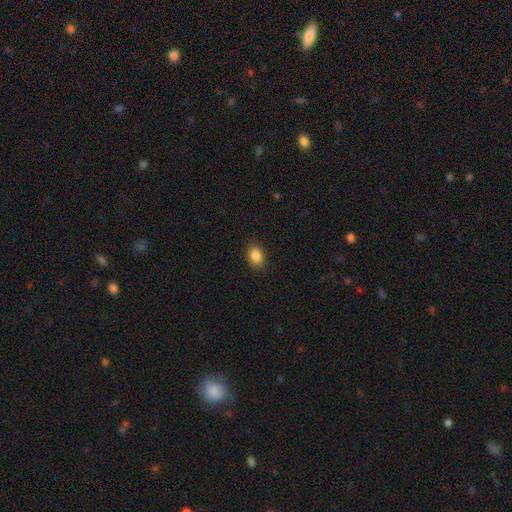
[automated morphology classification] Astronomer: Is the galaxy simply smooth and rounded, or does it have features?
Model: smooth — 87%.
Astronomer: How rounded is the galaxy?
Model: in between — 73%.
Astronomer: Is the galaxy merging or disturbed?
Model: none — 89%.